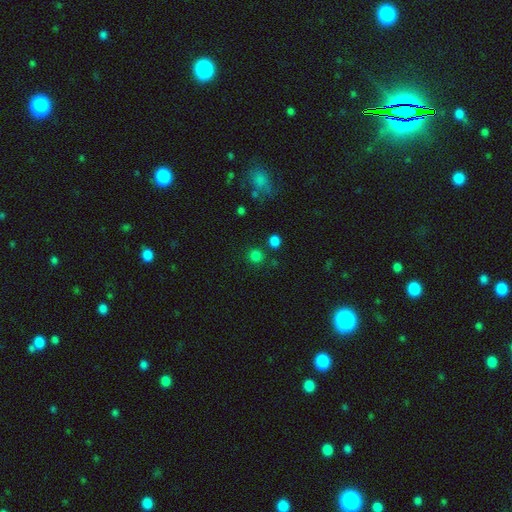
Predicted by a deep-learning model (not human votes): smooth-or-featured: smooth: 79% | star or artifact: 16% | featured or disk: 4%
  how-rounded: round: 91% | in between: 8% | cigar-shaped: 1%
  merging: none: 81% | minor disturbance: 8% | merger: 8% | major disturbance: 4%